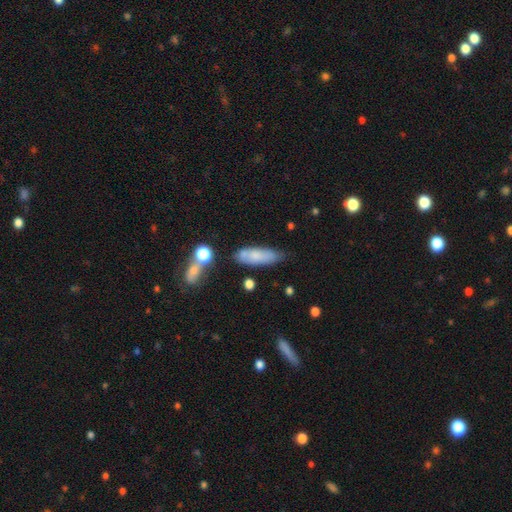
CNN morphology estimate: A smooth galaxy with no disk features (72%) that is in between round and cigar-shaped (51%).

Vote fractions:
- Smooth or featured? smooth: 72% / featured or disk: 19% / star or artifact: 9%
- How rounded? in between: 51% / cigar-shaped: 46% / round: 2%
- Merging? none: 63% / minor disturbance: 21% / merger: 9% / major disturbance: 6%